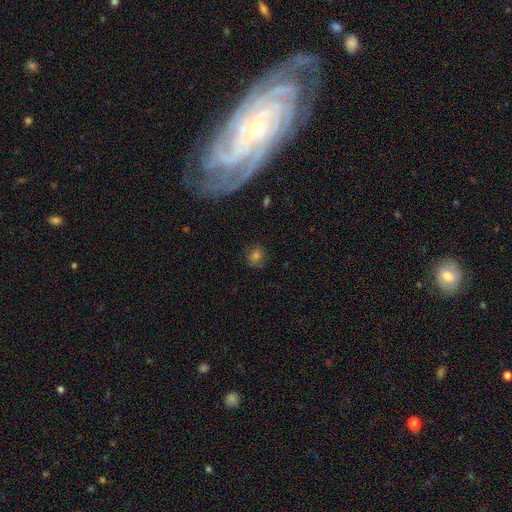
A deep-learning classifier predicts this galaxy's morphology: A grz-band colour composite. It shows a smooth galaxy with no disk features (72%) that is round (74%). Merging: none (83%).